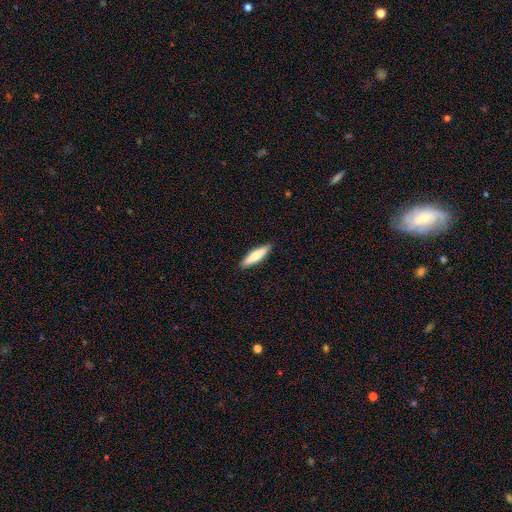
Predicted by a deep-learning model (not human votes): smooth-or-featured: smooth: 75% | featured or disk: 19% | star or artifact: 5%
  how-rounded: cigar-shaped: 72% | in between: 26% | round: 1%
  merging: none: 89% | minor disturbance: 8% | major disturbance: 2% | merger: 1%